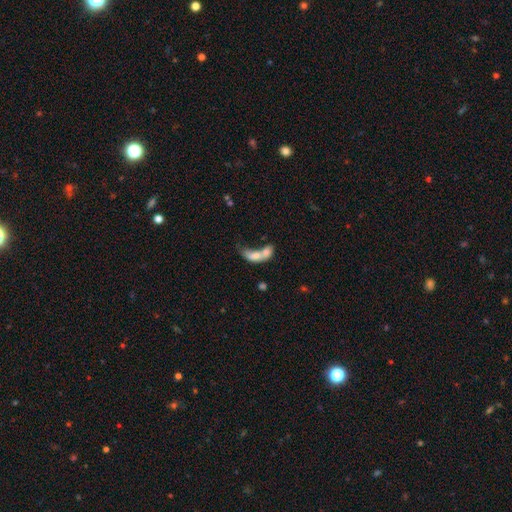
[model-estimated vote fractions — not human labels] smooth 64%, featured or disk 27%, star or artifact 10%. Down the decision tree: how rounded — in between (76%); merging — merger (69%).